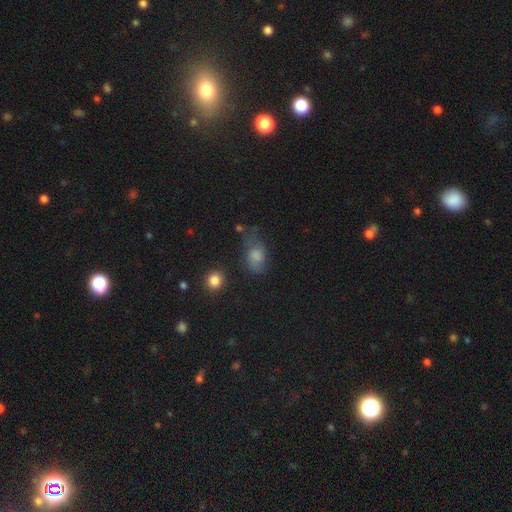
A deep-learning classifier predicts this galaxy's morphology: Smooth or featured?
  - smooth: 64% *
  - featured or disk: 22%
  - star or artifact: 14%
How rounded?
  - in between: 76% *
  - round: 22%
  - cigar-shaped: 2%
Merging?
  - none: 43% *
  - minor disturbance: 31%
  - major disturbance: 21%
  - merger: 5%